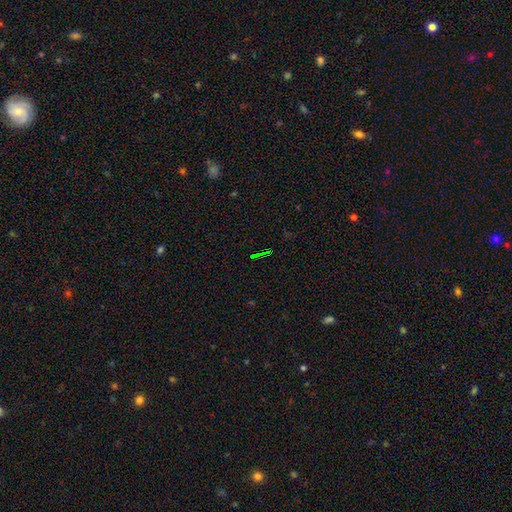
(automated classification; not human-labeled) This appears to be a star or artifact, not a galaxy (73%).